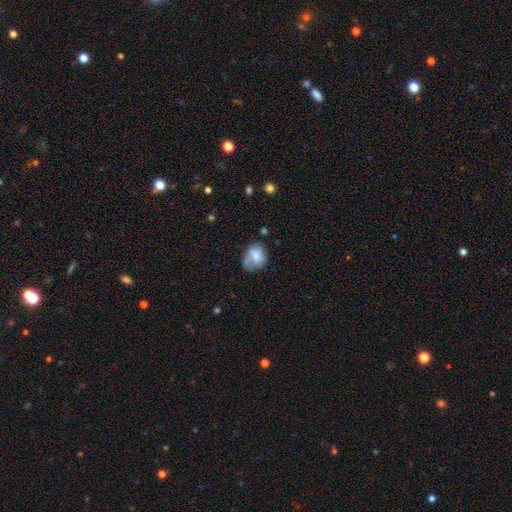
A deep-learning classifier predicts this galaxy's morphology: The model was most divided on "how rounded": in between: 54%, round: 45%, cigar-shaped: 1%. Remaining: smooth or featured — smooth (61%); merging — none (46%).